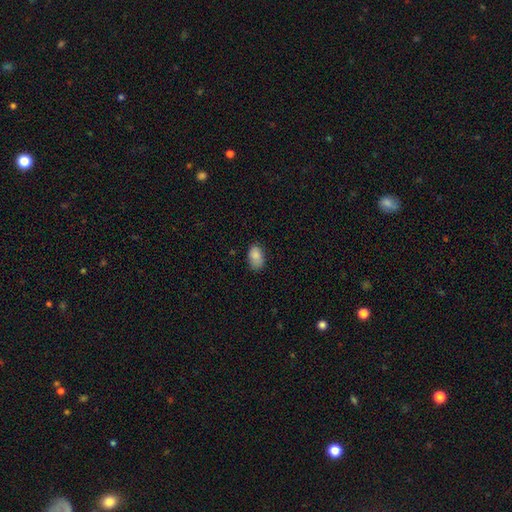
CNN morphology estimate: A smooth galaxy with no disk features (86%) that is in between round and cigar-shaped (89%). Merging: none (69%).